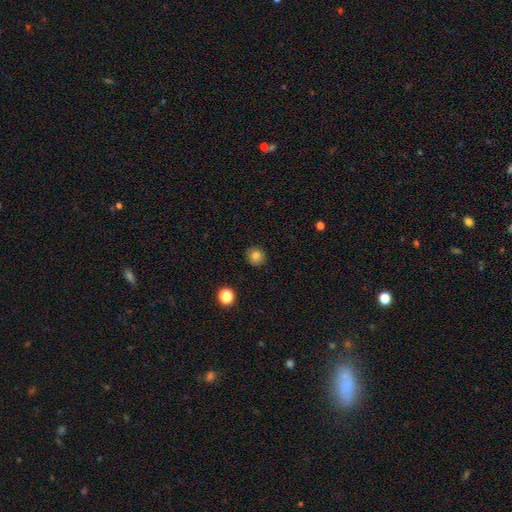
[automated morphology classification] This appears to be a smooth galaxy with no disk features (81%) that is round (90%). Merging: none (90%).